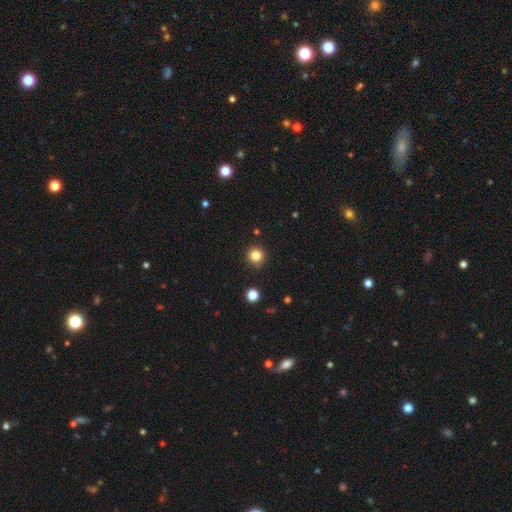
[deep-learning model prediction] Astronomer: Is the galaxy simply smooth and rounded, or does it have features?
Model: smooth — 83%.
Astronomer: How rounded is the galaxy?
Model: round — 95%.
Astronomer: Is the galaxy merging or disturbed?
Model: none — 90%.